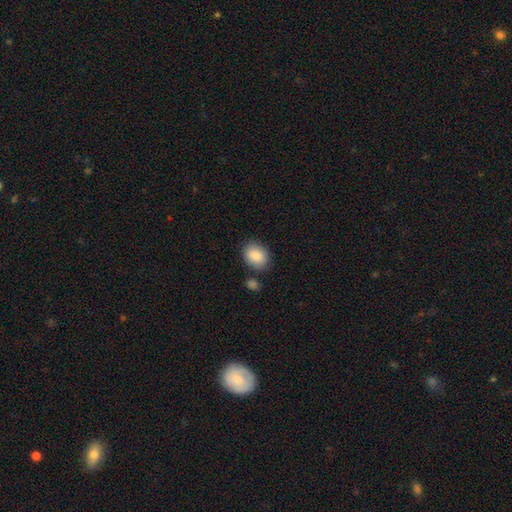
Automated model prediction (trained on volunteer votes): Morphology: type=smooth (87%); roundness=in between (60%); merging=none (79%).